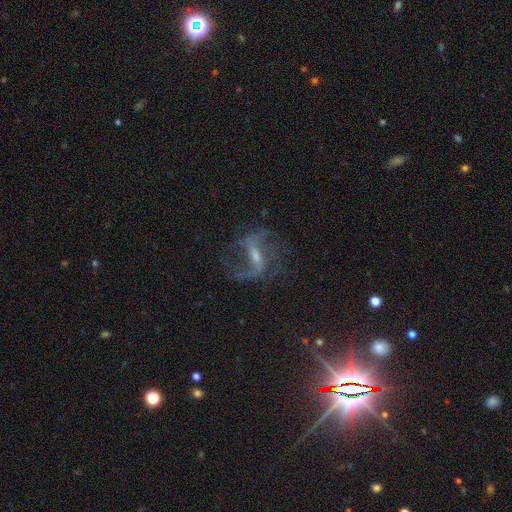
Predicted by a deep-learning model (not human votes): The model was most divided on "bar": weak: 43%, strong: 42%, no: 16%. More confident: spiral arms — yes (94%); edge-on disk — no (94%); smooth or featured — featured or disk (82%); spiral arm count — 2 (82%); spiral winding — loose (69%); merging — none (65%); bulge size — small (54%).